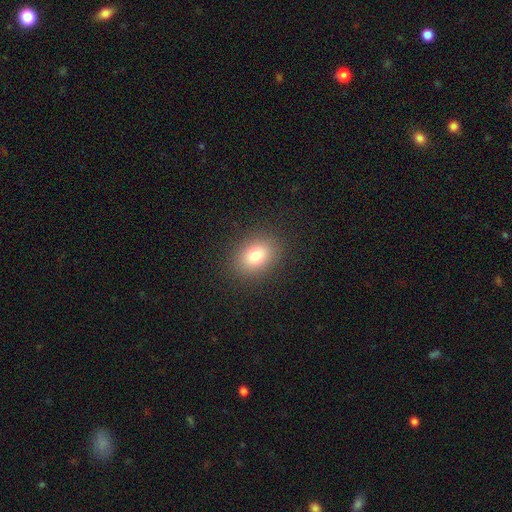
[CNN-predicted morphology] Overall: smooth (78%). How rounded: in between (61%; round 38%). Merging: none (88%).